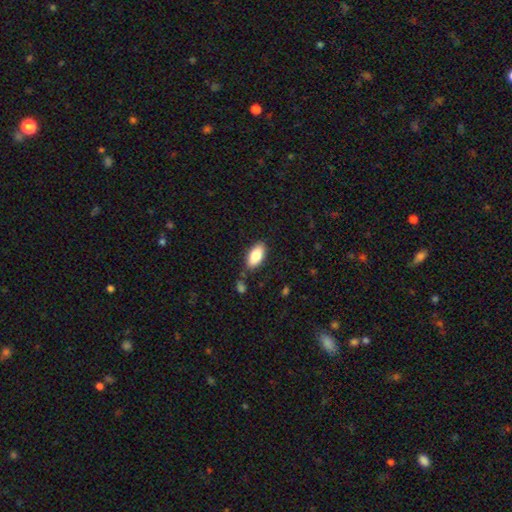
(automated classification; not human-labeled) smooth 84%, featured or disk 10%, star or artifact 7%. Down the decision tree: how rounded — in between (91%); merging — none (82%).